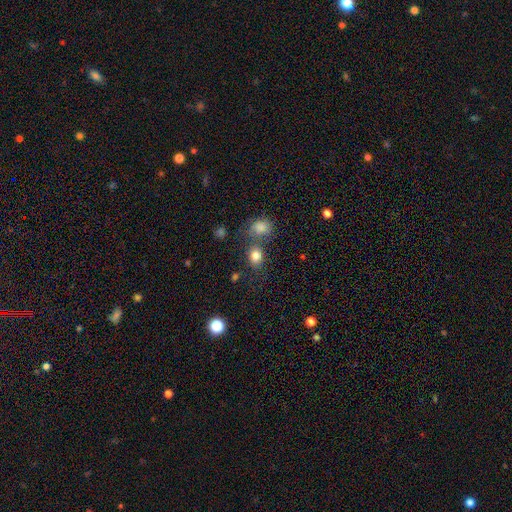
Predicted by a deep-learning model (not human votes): Smooth or featured: smooth — 81% (star or artifact — 11%)
How rounded: round — 53% (in between — 46%)
Merging: none — 64% (merger — 19%)